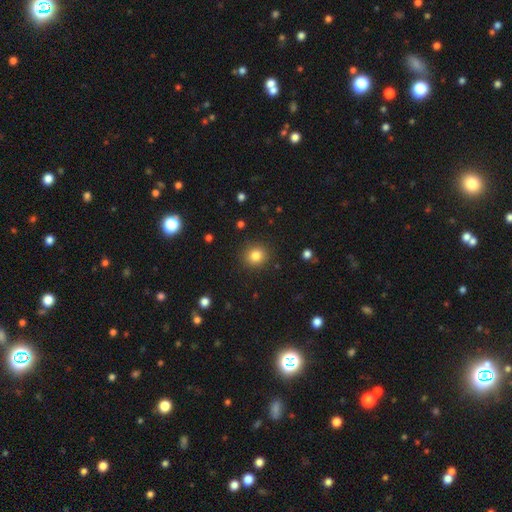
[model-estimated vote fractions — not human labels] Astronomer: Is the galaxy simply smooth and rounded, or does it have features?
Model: smooth — 83%.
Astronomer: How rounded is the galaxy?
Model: round — 89%.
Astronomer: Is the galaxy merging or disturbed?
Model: none — 90%.